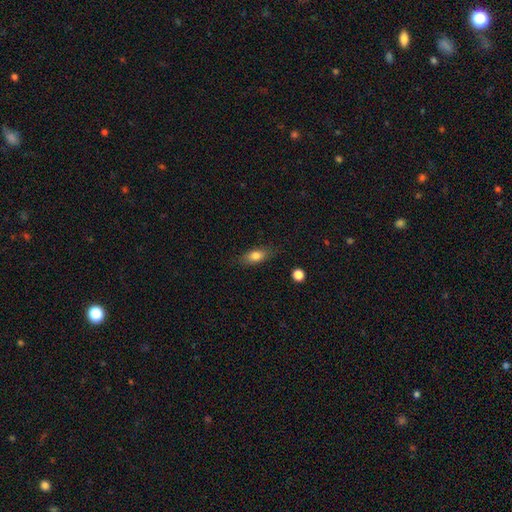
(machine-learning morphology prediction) This is likely a smooth galaxy (78%). How rounded: likely in between (77%). Merging: clearly none (81%).